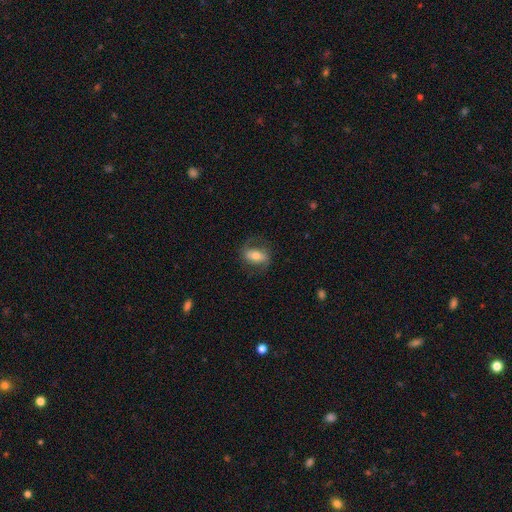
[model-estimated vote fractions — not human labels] A smooth galaxy with no disk features (54%) that is in between round and cigar-shaped (83%). Merging: none (69%).